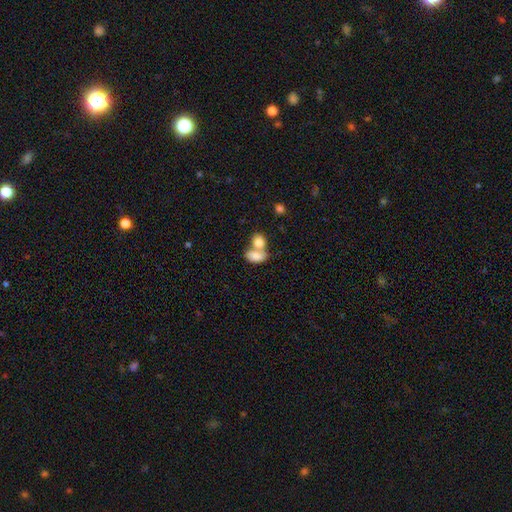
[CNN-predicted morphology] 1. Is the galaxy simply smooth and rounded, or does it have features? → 79% smooth, 14% featured or disk, 7% star or artifact.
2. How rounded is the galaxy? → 80% in between, 18% round, 2% cigar-shaped.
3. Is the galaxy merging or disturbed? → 69% merger, 20% none, 7% minor disturbance, 5% major disturbance.